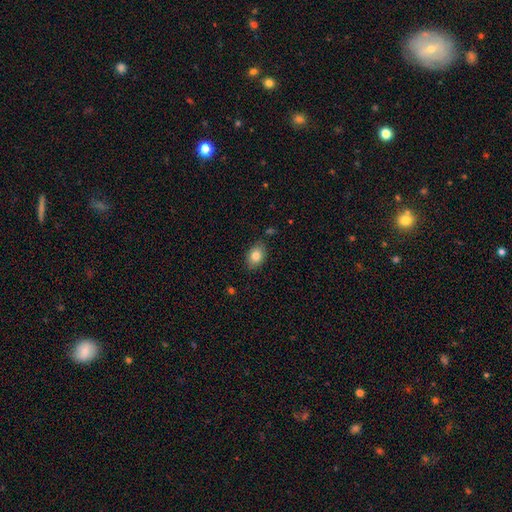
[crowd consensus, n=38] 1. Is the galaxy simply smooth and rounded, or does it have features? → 92% smooth, 5% star or artifact, 3% featured or disk.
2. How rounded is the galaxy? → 71% in between, 26% round, 3% cigar-shaped.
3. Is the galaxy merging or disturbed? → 81% none, 17% minor disturbance, 3% major disturbance, 0% merger.